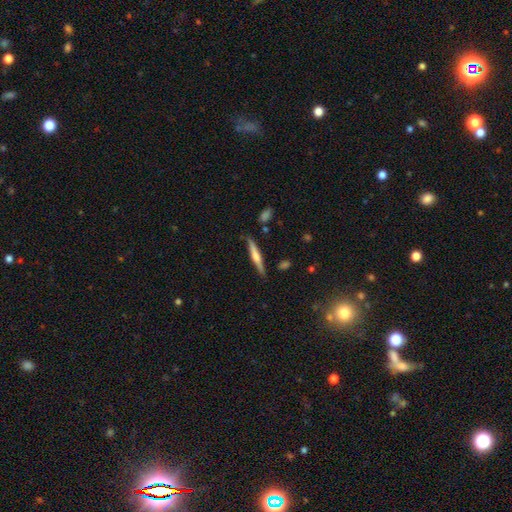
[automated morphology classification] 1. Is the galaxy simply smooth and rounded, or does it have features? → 48% featured or disk, 46% smooth, 6% star or artifact.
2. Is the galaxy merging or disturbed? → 83% none, 12% minor disturbance, 2% merger, 2% major disturbance.